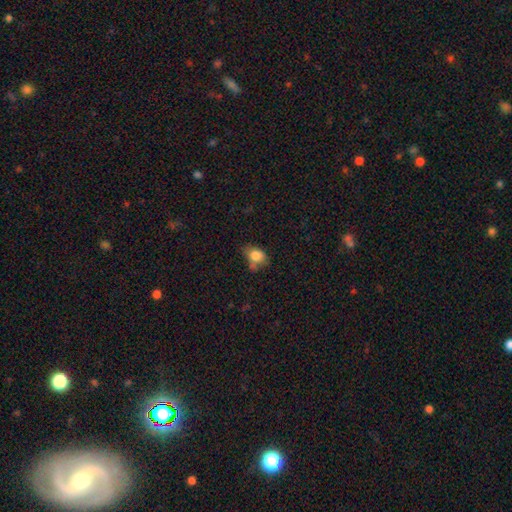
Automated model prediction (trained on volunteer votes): Overall: smooth (79%). How rounded: in between (63%; round 35%). Merging: none (39%; minor disturbance 35%).